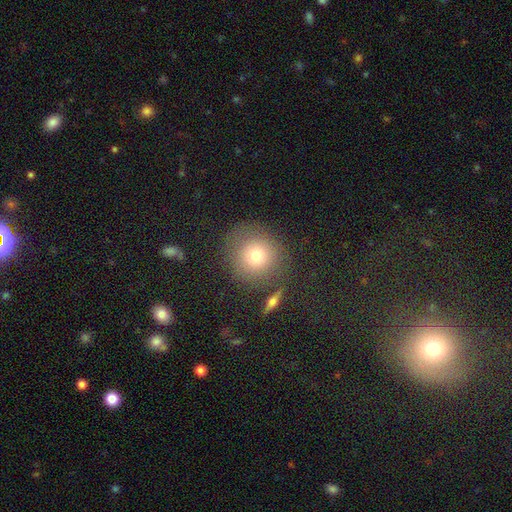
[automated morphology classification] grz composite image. It shows a smooth galaxy with no disk features (74%) that is round (90%). Merging: none (77%).